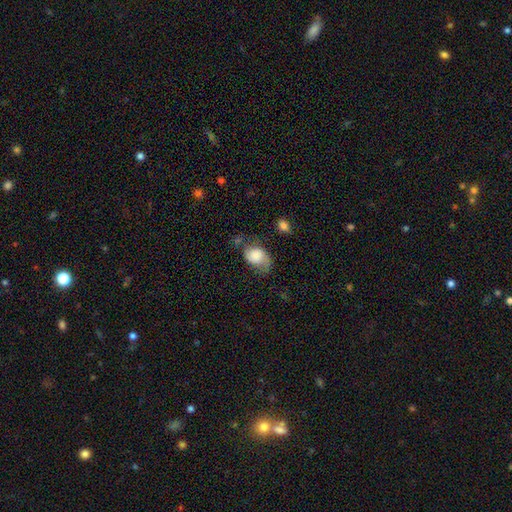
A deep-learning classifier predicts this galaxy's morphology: The model was most divided on "merging": none: 43%, minor disturbance: 31%, major disturbance: 21%, merger: 5%. More confident: how rounded — in between (68%); smooth or featured — smooth (52%).